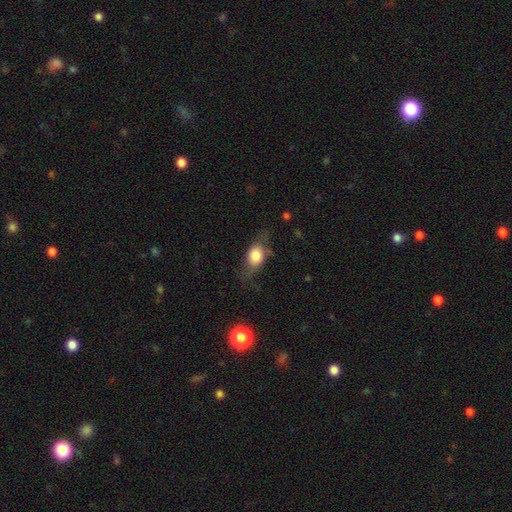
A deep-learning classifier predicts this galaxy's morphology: A smooth galaxy with no disk features (67%) that is in between round and cigar-shaped (70%). Merging: none (58%).